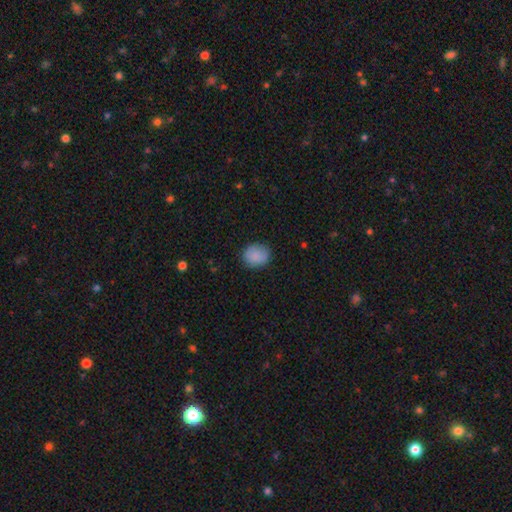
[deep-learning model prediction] This appears to be a smooth galaxy with no disk features (87%) that is round (64%). Merging: none (82%).